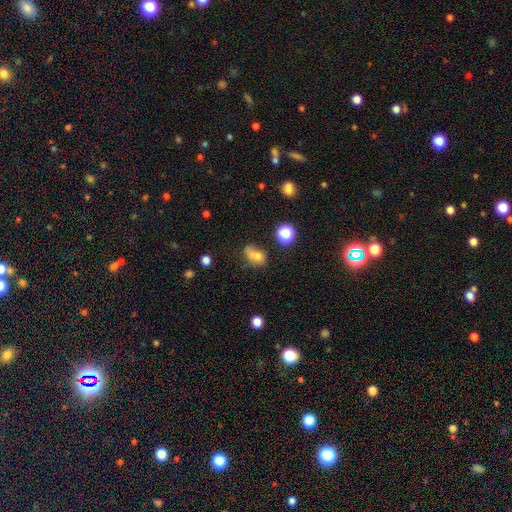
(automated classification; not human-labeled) Smooth or featured? smooth (68%)
How rounded? in between (63%)
Merging? none (35%)